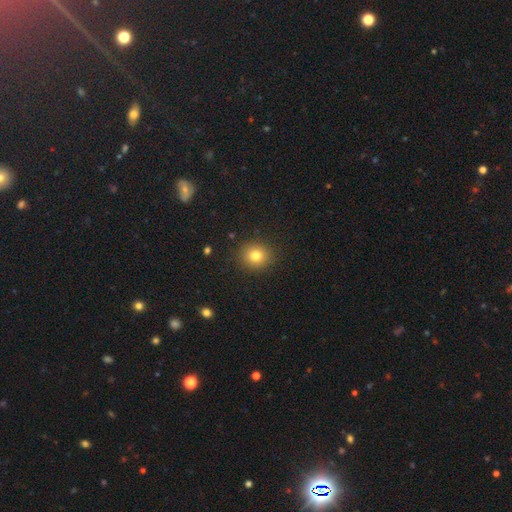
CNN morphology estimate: Q: Smooth or featured?
A: smooth (80%); runner-up: star or artifact (12%)
Q: How rounded?
A: round (84%); runner-up: in between (15%)
Q: Merging?
A: none (90%); runner-up: minor disturbance (7%)